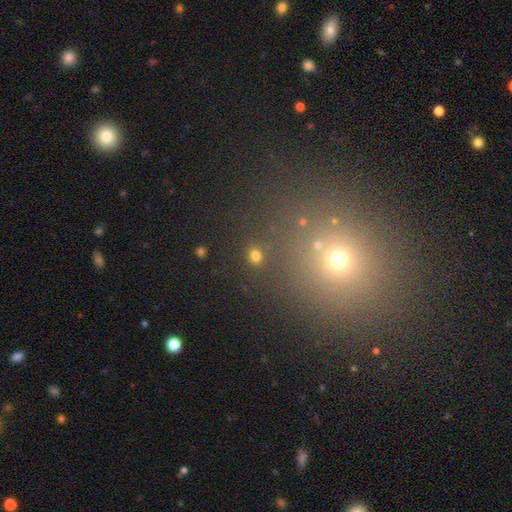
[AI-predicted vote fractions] Smooth or featured? smooth (75%)
How rounded? round (62%)
Merging? none (83%)